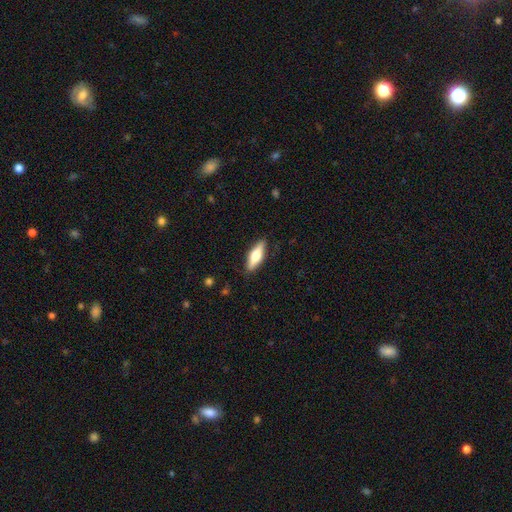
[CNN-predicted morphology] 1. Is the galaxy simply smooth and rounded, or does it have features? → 59% smooth, 35% featured or disk, 6% star or artifact.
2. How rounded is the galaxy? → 53% in between, 45% cigar-shaped, 2% round.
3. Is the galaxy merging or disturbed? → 87% none, 10% minor disturbance, 2% major disturbance, 1% merger.